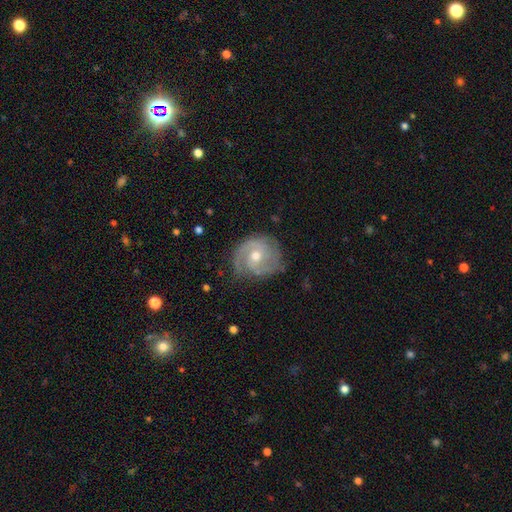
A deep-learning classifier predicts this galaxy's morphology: Smooth or featured?
  - featured or disk: 80% *
  - smooth: 14%
  - star or artifact: 6%
Edge-on disk?
  - no: 97% *
  - yes: 3%
Bar?
  - no: 63% *
  - weak: 32%
  - strong: 5%
Spiral arms?
  - yes: 93% *
  - no: 7%
Spiral winding?
  - tight: 53% *
  - medium: 36%
  - loose: 11%
Spiral arm count?
  - 2: 56% *
  - can't tell: 18%
  - 3: 11%
  - 1: 10%
  - 4: 3%
  - more than 4: 3%
Bulge size?
  - moderate: 72% *
  - small: 21%
  - large: 5%
  - none: 1%
  - dominant: 1%
Merging?
  - none: 71% *
  - minor disturbance: 20%
  - major disturbance: 7%
  - merger: 1%